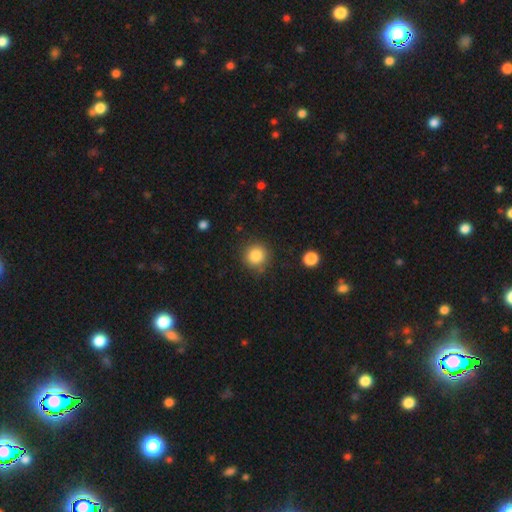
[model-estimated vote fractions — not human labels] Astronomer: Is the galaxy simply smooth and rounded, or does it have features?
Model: smooth — 85%.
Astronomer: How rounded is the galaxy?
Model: round — 93%.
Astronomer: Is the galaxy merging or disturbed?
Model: none — 86%.